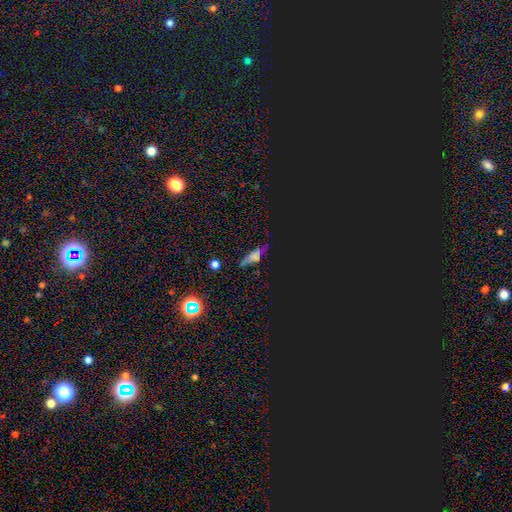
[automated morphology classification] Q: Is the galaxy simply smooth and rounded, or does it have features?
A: star or artifact — 46%.